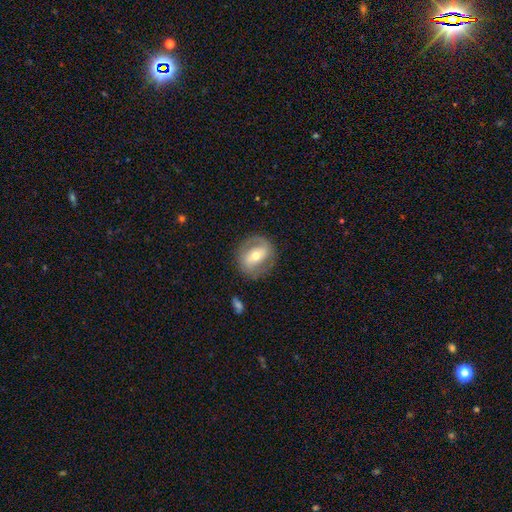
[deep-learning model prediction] A featured or disk galaxy (61%) with a strong bar (37%), spiral arms (59%) and a moderate central bulge (66%).

Vote fractions:
- Smooth or featured? featured or disk: 61% / smooth: 32% / star or artifact: 7%
- Edge-on disk? no: 94% / yes: 6%
- Bar? strong: 37% / weak: 34% / no: 30%
- Spiral arms? yes: 59% / no: 41%
- Bulge size? moderate: 66% / small: 27% / large: 5% / dominant: 1% / none: 1%
- Merging? none: 81% / minor disturbance: 12% / major disturbance: 6% / merger: 1%